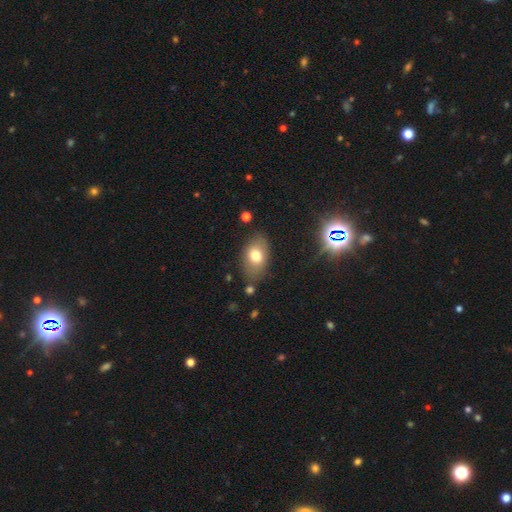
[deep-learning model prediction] Q: Smooth or featured?
A: smooth (73%); runner-up: featured or disk (17%)
Q: How rounded?
A: in between (85%); runner-up: round (13%)
Q: Merging?
A: none (78%); runner-up: minor disturbance (15%)